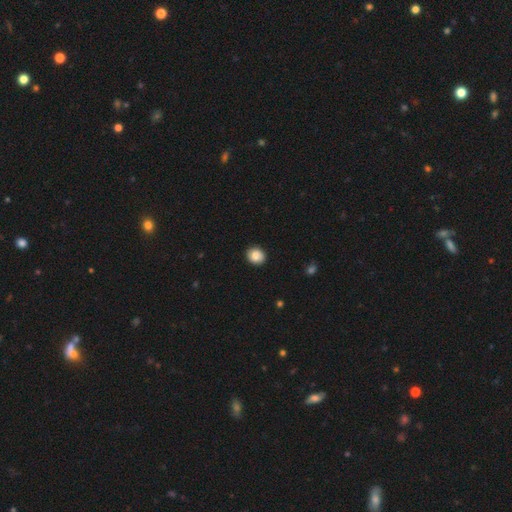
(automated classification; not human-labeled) Overall: smooth (87%). How rounded: round (72%). Merging: none (89%).